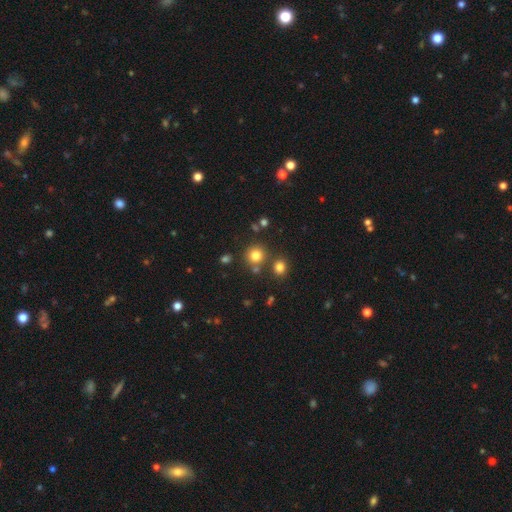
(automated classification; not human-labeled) A smooth galaxy with no disk features (79%) that is round (91%). Merging: none (77%).